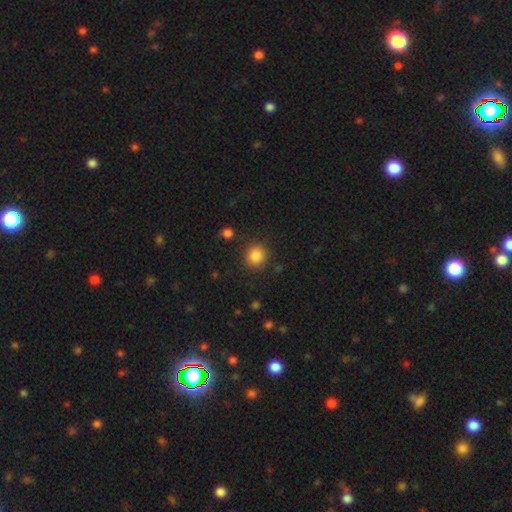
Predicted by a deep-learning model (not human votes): smooth-or-featured: smooth: 86% | star or artifact: 10% | featured or disk: 4%
  how-rounded: round: 88% | in between: 11% | cigar-shaped: 1%
  merging: none: 87% | minor disturbance: 7% | major disturbance: 3% | merger: 2%